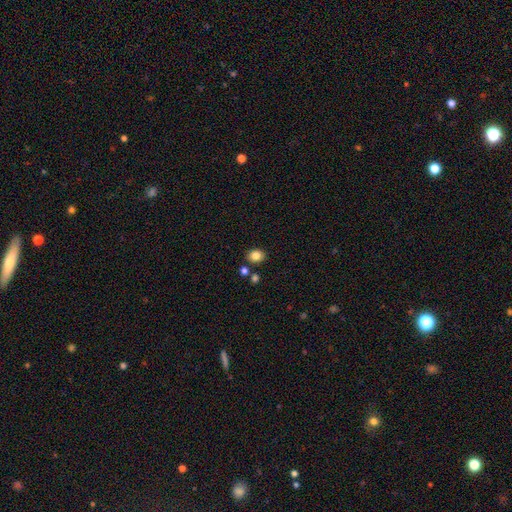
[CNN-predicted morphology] The model was most divided on "how rounded": round: 52%, in between: 48%, cigar-shaped: 1%. More confident: smooth or featured — smooth (83%); merging — none (82%).